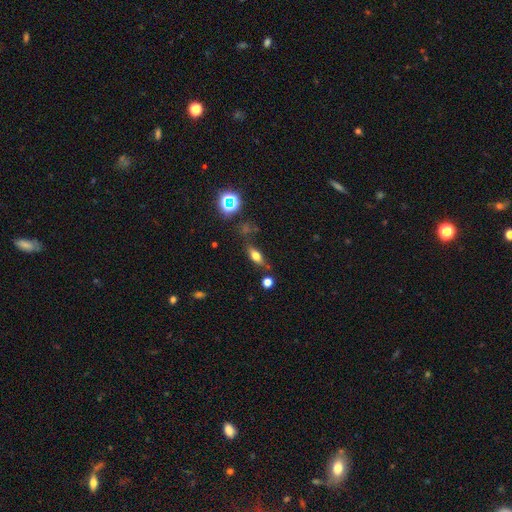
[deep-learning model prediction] This is likely a smooth galaxy (61%). How rounded: likely in between (69%). Merging: likely none (69%).